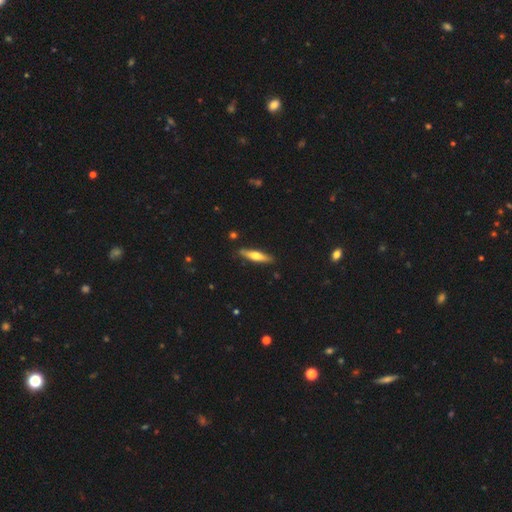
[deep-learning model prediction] This appears to be a smooth galaxy with no disk features (48%). Merging: none (87%).